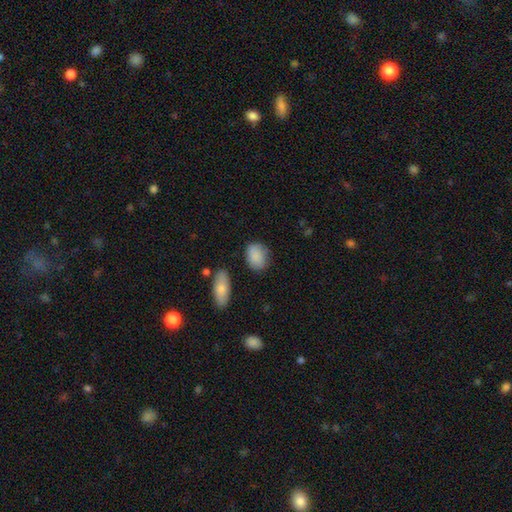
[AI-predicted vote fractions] This is clearly a smooth galaxy (87%). How rounded: likely in between (69%). Merging: likely none (72%).